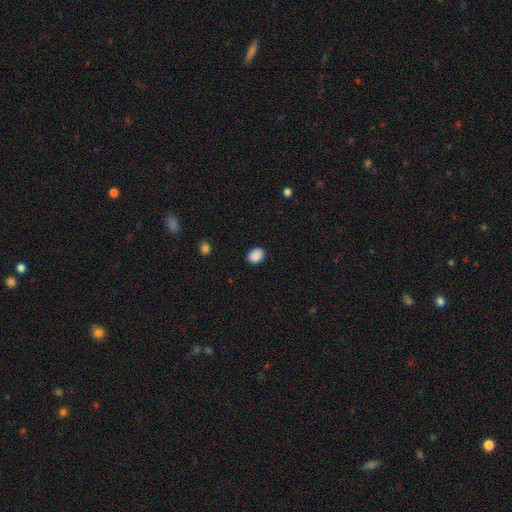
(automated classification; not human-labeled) smooth 88%, star or artifact 8%, featured or disk 3%. Down the decision tree: how rounded — in between (62%); merging — none (85%).